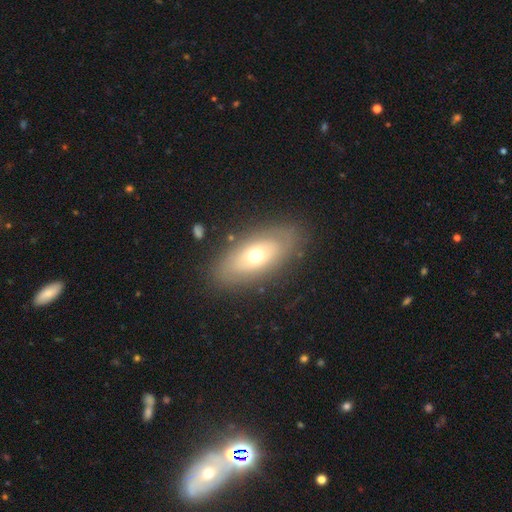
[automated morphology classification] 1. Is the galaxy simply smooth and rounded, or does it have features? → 52% smooth, 40% featured or disk, 8% star or artifact.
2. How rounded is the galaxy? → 86% in between, 8% cigar-shaped, 6% round.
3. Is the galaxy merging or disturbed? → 82% none, 12% minor disturbance, 5% major disturbance, 2% merger.